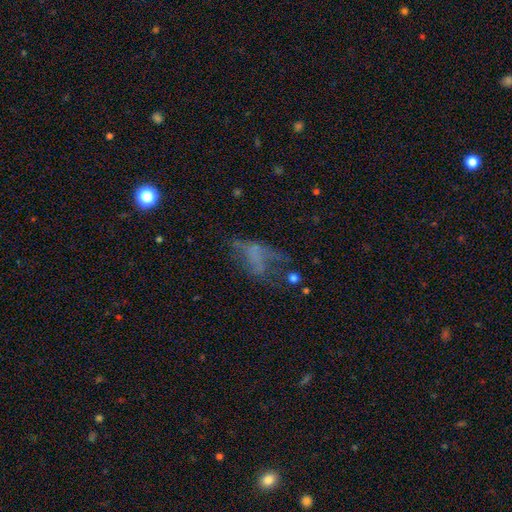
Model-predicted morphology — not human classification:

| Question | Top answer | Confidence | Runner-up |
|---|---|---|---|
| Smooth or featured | featured or disk | 46% | smooth (31%) |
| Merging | major disturbance | 46% | none (29%) |